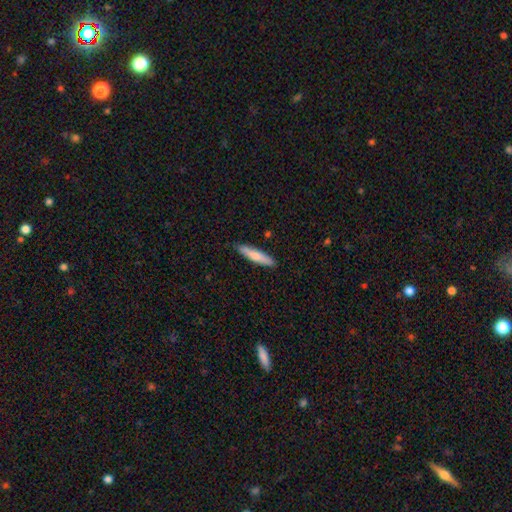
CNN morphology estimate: smooth 74%, featured or disk 21%, star or artifact 5%. Down the decision tree: how rounded — cigar-shaped (84%); merging — none (89%).